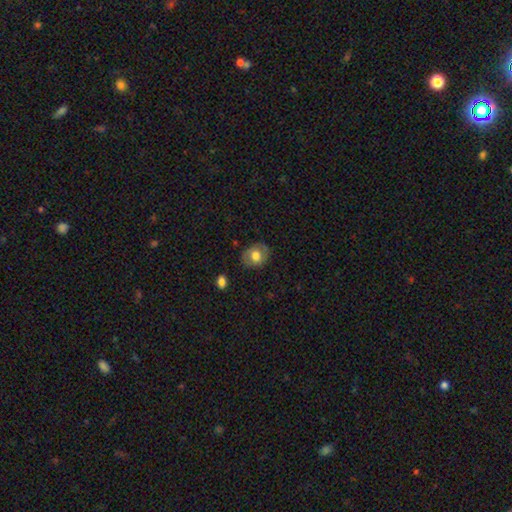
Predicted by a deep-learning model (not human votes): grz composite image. It shows a smooth galaxy with no disk features (66%) that is round (50%). Merging: none (81%).